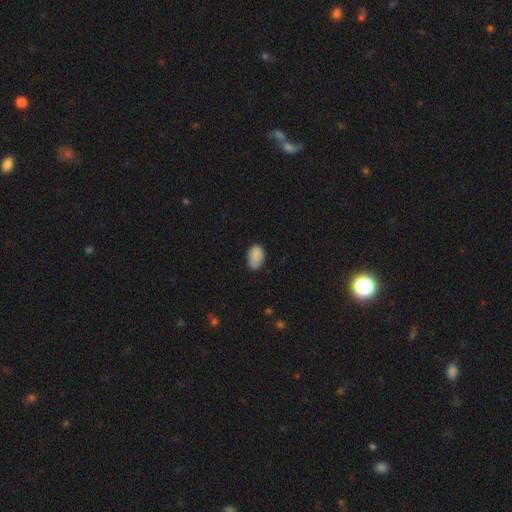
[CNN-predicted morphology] smooth 88%, star or artifact 7%, featured or disk 4%. Down the decision tree: how rounded — in between (90%); merging — none (77%).